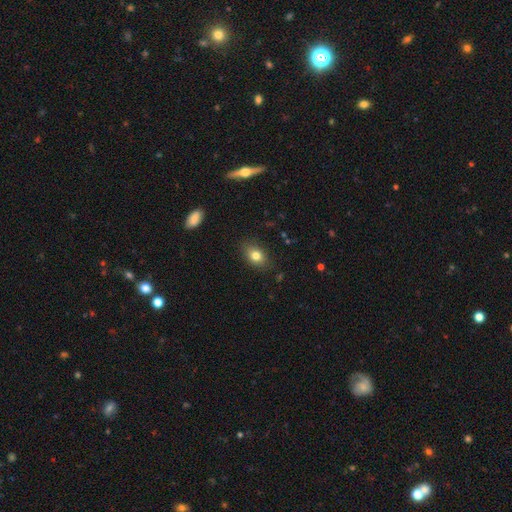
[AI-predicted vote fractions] Smooth or featured? smooth (79%)
How rounded? in between (74%)
Merging? none (84%)